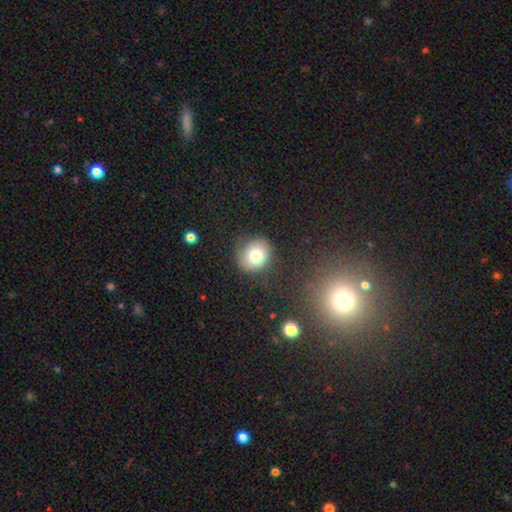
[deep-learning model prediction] Q: Smooth or featured?
A: smooth (76%); runner-up: featured or disk (13%)
Q: How rounded?
A: round (71%); runner-up: in between (28%)
Q: Merging?
A: none (81%); runner-up: minor disturbance (13%)